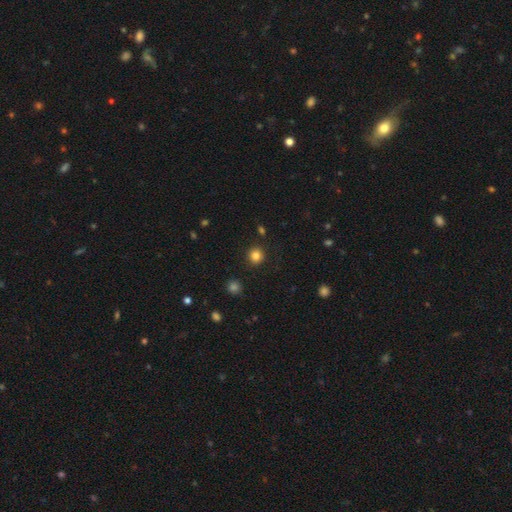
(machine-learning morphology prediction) Smooth or featured: smooth — 83% (star or artifact — 12%)
How rounded: round — 93% (in between — 6%)
Merging: none — 91% (minor disturbance — 5%)